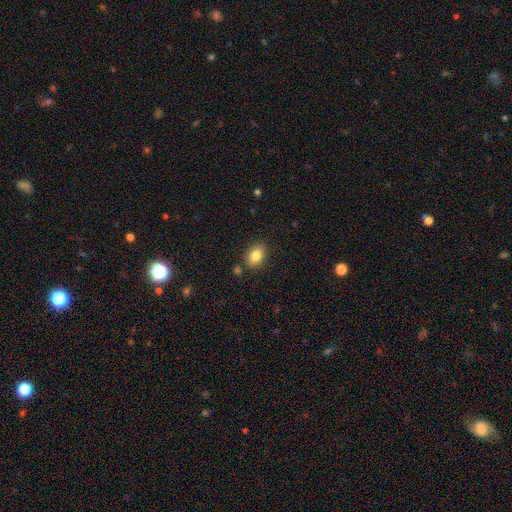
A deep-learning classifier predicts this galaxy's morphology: Smooth or featured? Predicted: smooth (p=0.83). How rounded? Predicted: in between (p=0.68). Merging? Predicted: none (p=0.83).